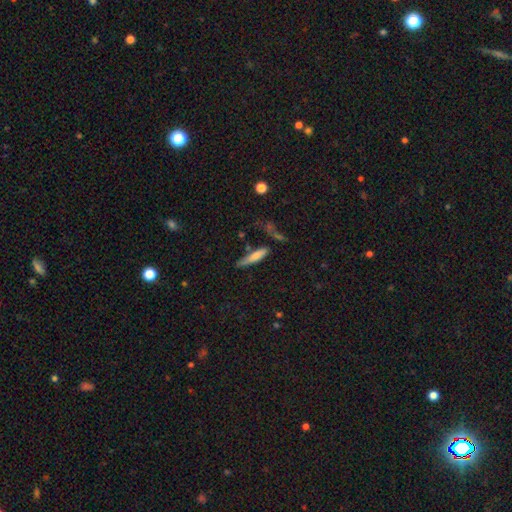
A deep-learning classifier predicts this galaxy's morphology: smooth_or_featured: smooth (p=0.69) [alt: featured or disk p=0.23]
how_rounded: cigar-shaped (p=0.82) [alt: in between p=0.16]
merging: none (p=0.60) [alt: minor disturbance p=0.21]